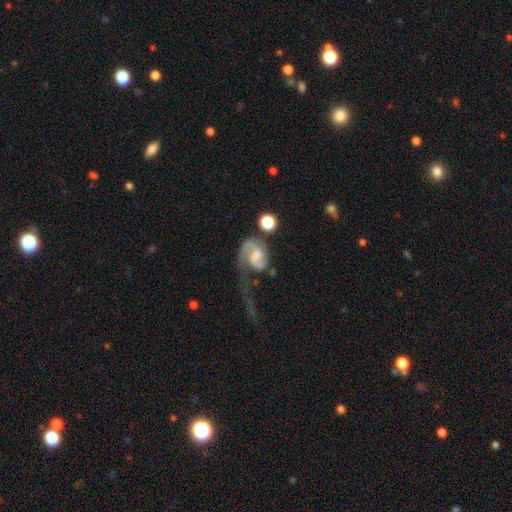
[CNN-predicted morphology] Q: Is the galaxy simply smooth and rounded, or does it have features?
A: featured or disk — 80%.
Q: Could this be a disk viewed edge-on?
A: no — 98%.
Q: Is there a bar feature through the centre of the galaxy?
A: weak — 45%.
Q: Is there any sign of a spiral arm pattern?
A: yes — 94%.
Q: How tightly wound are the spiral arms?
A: medium — 43%.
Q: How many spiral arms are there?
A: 2 — 59%.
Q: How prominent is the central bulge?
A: moderate — 32%.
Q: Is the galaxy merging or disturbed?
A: major disturbance — 49%.